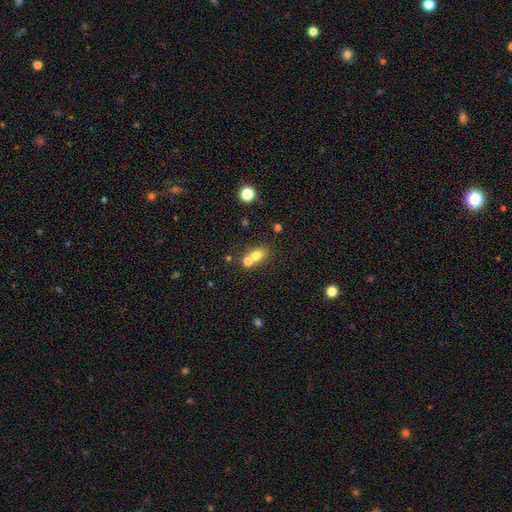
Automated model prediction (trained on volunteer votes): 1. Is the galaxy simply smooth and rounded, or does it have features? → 72% smooth, 15% featured or disk, 13% star or artifact.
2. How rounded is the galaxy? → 54% in between, 44% round, 2% cigar-shaped.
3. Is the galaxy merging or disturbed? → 47% merger, 41% none, 8% minor disturbance, 3% major disturbance.